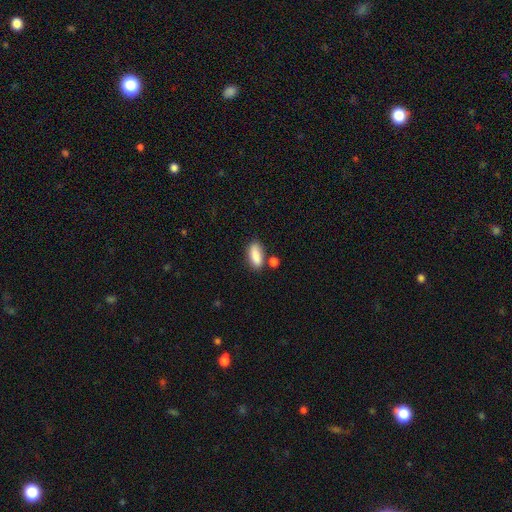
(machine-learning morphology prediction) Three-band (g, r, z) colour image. It shows a smooth galaxy with no disk features (88%) that is in between round and cigar-shaped (78%). Merging: none (69%).